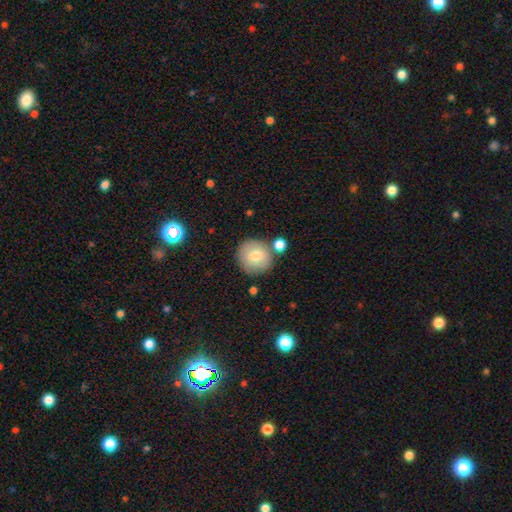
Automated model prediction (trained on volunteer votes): Smooth or featured: smooth — 77% (featured or disk — 14%)
How rounded: round — 93% (in between — 6%)
Merging: none — 76% (merger — 10%)